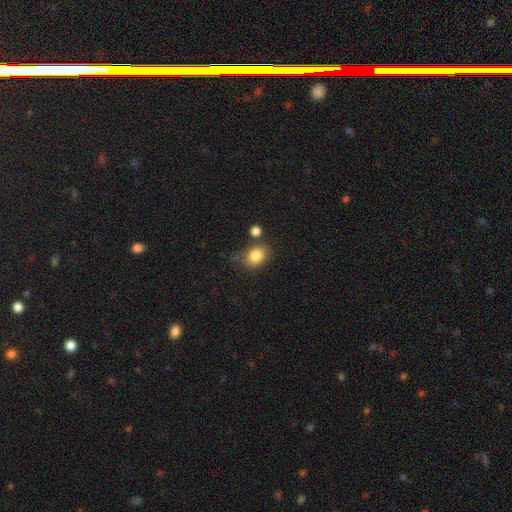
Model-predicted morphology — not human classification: Smooth or featured? smooth (83%)
How rounded? round (50%)
Merging? none (69%)